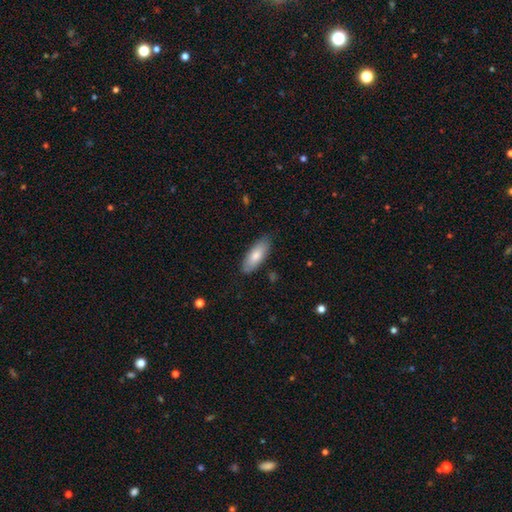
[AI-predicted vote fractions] smooth_or_featured: smooth (p=0.79) [alt: featured or disk p=0.16]
how_rounded: in between (p=0.74) [alt: cigar-shaped p=0.24]
merging: none (p=0.81) [alt: minor disturbance p=0.15]